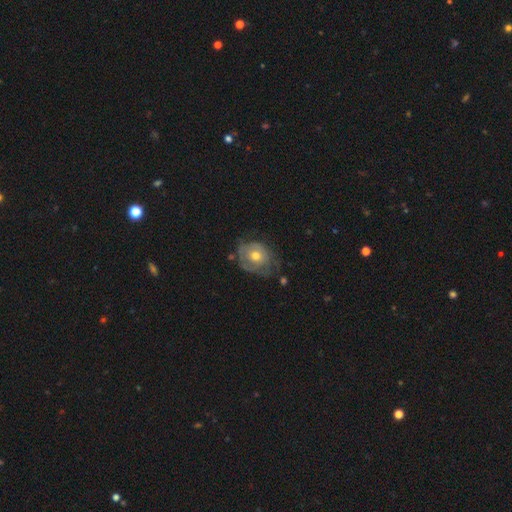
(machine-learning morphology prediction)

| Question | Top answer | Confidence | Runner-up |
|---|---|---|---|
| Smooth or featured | featured or disk | 56% | smooth (37%) |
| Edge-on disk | no | 96% | yes (4%) |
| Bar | no | 86% | weak (12%) |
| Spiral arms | yes | 56% | no (44%) |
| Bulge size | moderate | 70% | small (23%) |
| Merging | none | 50% | minor disturbance (30%) |